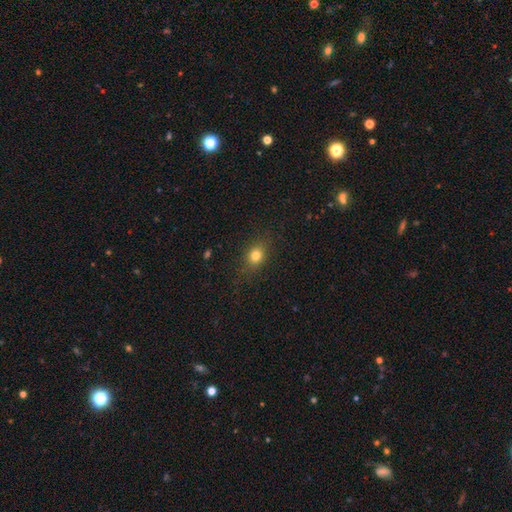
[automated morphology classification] Overall: smooth (78%). How rounded: round (51%; in between 46%). Merging: none (84%).